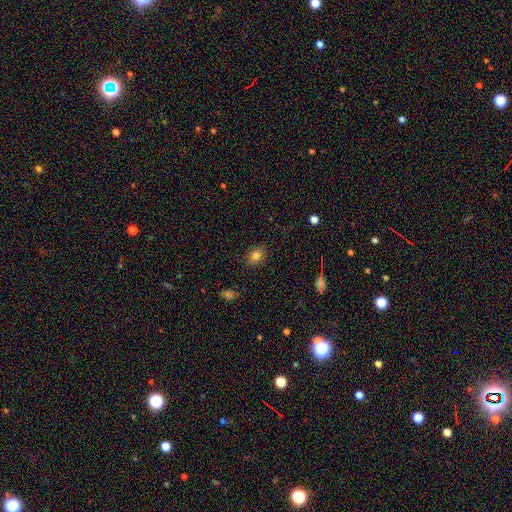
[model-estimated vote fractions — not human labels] A smooth galaxy with no disk features (80%) that is in between round and cigar-shaped (58%).

Vote fractions:
- Smooth or featured? smooth: 80% / star or artifact: 12% / featured or disk: 8%
- How rounded? in between: 58% / round: 41% / cigar-shaped: 1%
- Merging? none: 86% / minor disturbance: 10% / major disturbance: 2% / merger: 1%